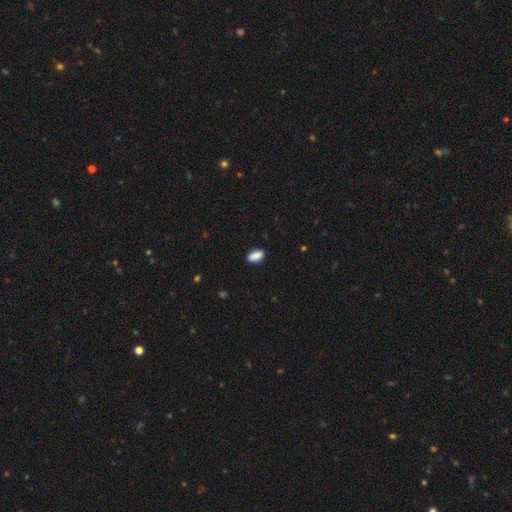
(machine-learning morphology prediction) smooth-or-featured: smooth: 89% | star or artifact: 7% | featured or disk: 4%
  how-rounded: in between: 89% | cigar-shaped: 8% | round: 3%
  merging: none: 86% | minor disturbance: 10% | major disturbance: 2% | merger: 1%